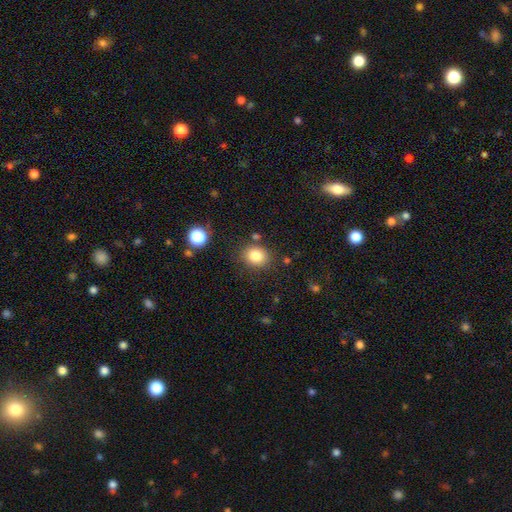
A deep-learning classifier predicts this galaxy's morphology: Smooth or featured? Predicted: smooth (p=0.83). How rounded? Predicted: round (p=0.63). Merging? Predicted: none (p=0.82).